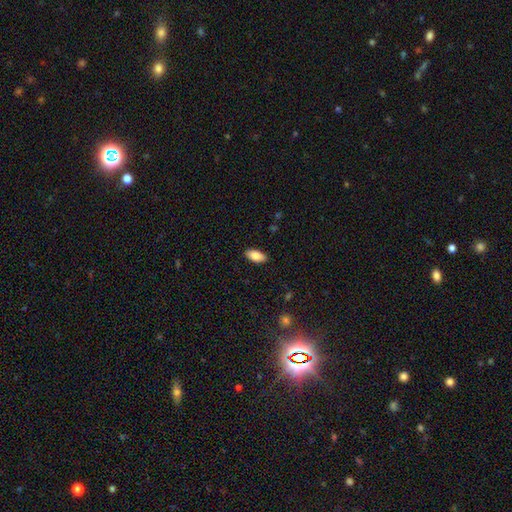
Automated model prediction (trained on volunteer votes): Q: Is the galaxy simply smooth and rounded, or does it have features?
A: smooth — 83%.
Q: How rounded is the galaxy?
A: in between — 91%.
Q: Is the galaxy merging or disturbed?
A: none — 89%.